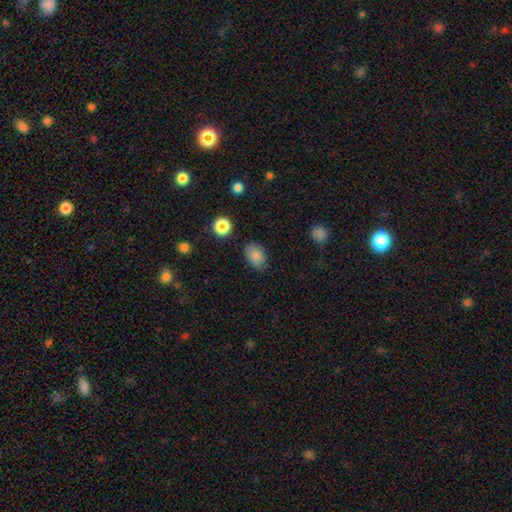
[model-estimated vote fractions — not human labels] This appears to be a smooth galaxy with no disk features (84%) that is in between round and cigar-shaped (82%). Merging: none (79%).